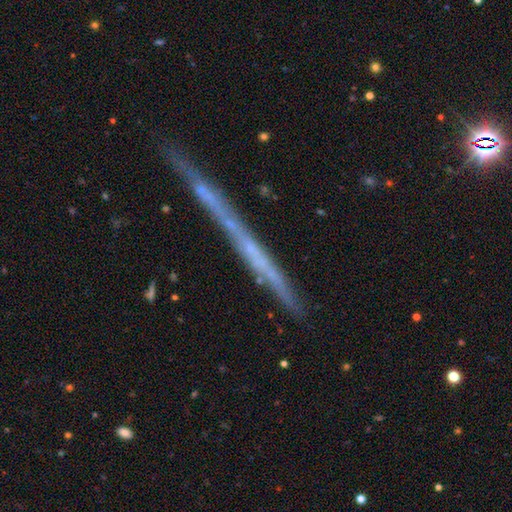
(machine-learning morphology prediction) Overall: featured or disk (61%; smooth 27%). Edge-on disk: yes (95%). Edge-on bulge: none (90%). Merging: none (81%).